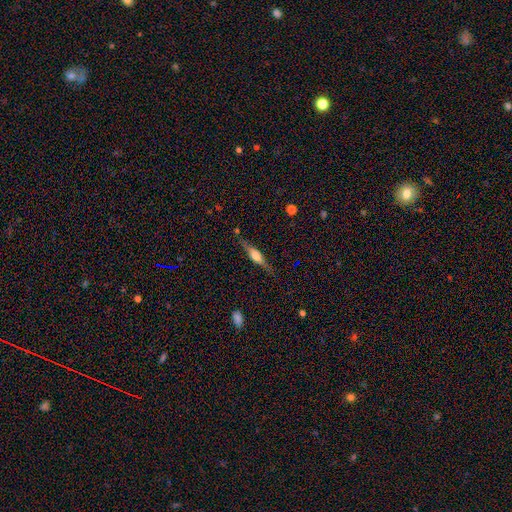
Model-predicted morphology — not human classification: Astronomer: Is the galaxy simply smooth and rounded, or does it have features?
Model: featured or disk — 70%.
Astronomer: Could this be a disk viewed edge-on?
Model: yes — 96%.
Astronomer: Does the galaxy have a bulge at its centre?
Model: rounded — 82%.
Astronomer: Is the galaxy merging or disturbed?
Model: none — 84%.